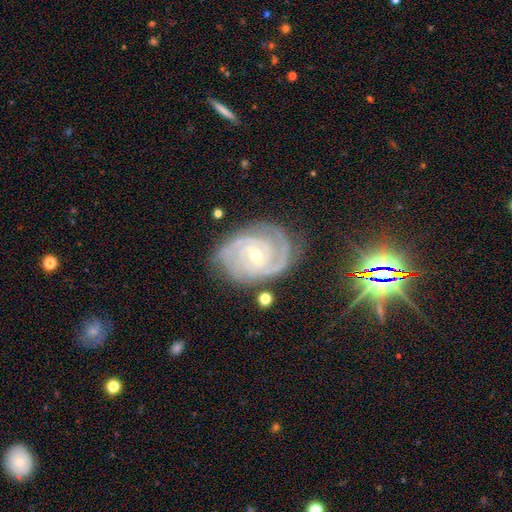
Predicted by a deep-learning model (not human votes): smooth-or-featured: featured or disk: 90% | star or artifact: 5% | smooth: 5%
  disk-edge-on: no: 97% | yes: 3%
    bar: weak: 52% | no: 27% | strong: 21%
    has-spiral-arms: yes: 98% | no: 2%
      spiral-winding: tight: 73% | medium: 23% | loose: 3%
      spiral-arm-count: 2: 34% | 3: 31% | can't tell: 15% | 4: 10% | more than 4: 5% | 1: 5%
    bulge-size: small: 59% | moderate: 39% | large: 1% | none: 1% | dominant: 1%
  merging: none: 75% | minor disturbance: 18% | major disturbance: 5% | merger: 2%